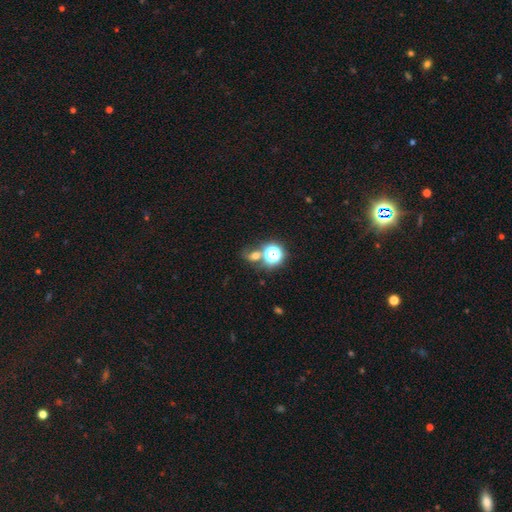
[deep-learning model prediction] A smooth galaxy with no disk features (46%).

Vote fractions:
- Smooth or featured? smooth: 46% / star or artifact: 35% / featured or disk: 19%
- Merging? none: 49% / merger: 27% / minor disturbance: 13% / major disturbance: 11%